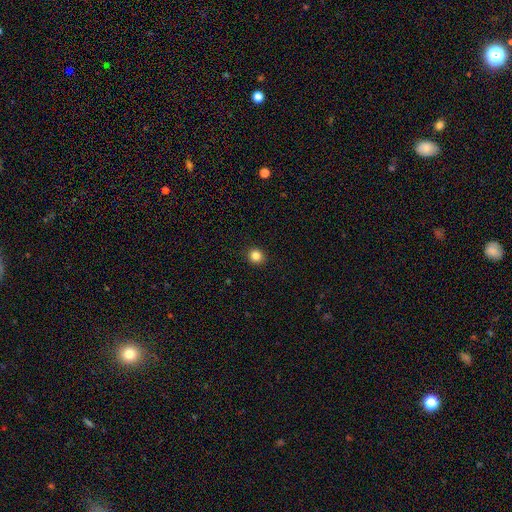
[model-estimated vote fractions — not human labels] Smooth or featured?
  - smooth: 84% *
  - star or artifact: 11%
  - featured or disk: 5%
How rounded?
  - round: 88% *
  - in between: 12%
  - cigar-shaped: 1%
Merging?
  - none: 92% *
  - minor disturbance: 5%
  - major disturbance: 2%
  - merger: 1%